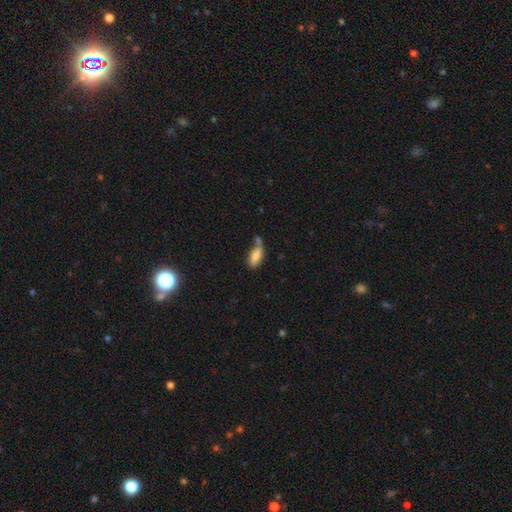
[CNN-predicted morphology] Smooth or featured? Predicted: smooth (p=0.81). How rounded? Predicted: in between (p=0.75). Merging? Predicted: none (p=0.50).